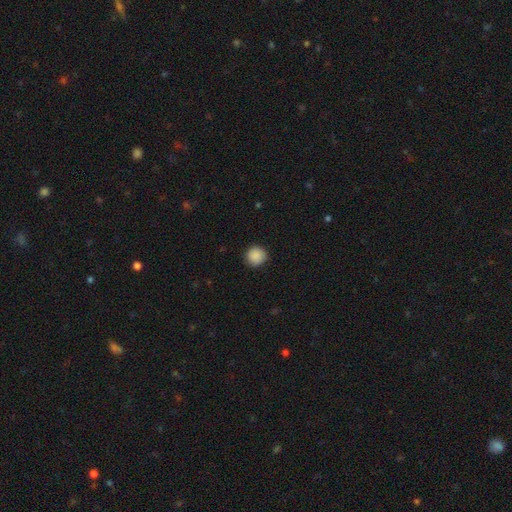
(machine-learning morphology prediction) Q: Smooth or featured?
A: smooth (89%); runner-up: star or artifact (8%)
Q: How rounded?
A: round (94%); runner-up: in between (5%)
Q: Merging?
A: none (90%); runner-up: minor disturbance (7%)